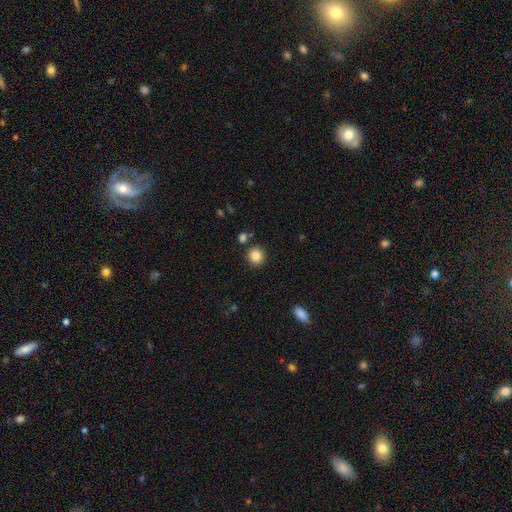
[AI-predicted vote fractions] The model was most divided on "smooth or featured": smooth: 85%, star or artifact: 10%, featured or disk: 5%. More confident: how rounded — round (92%); merging — none (87%).